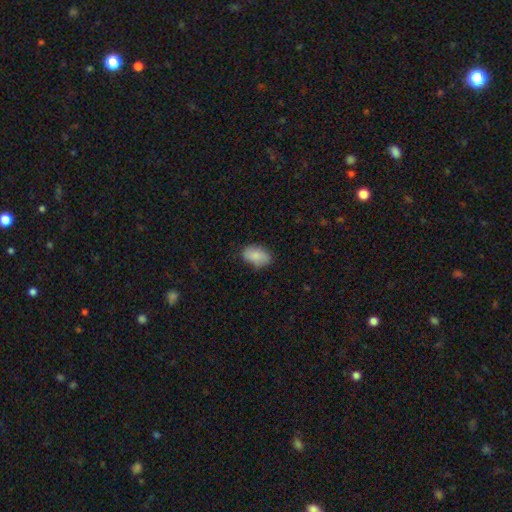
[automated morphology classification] The model was most divided on "merging": none: 79%, minor disturbance: 16%, major disturbance: 3%, merger: 1%. More confident: how rounded — in between (91%); smooth or featured — smooth (86%).